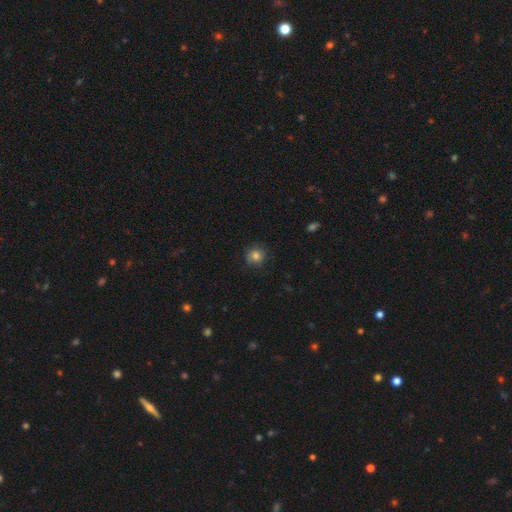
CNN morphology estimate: The model was most divided on "merging": none: 81%, minor disturbance: 14%, major disturbance: 4%, merger: 1%. More confident: how rounded — round (89%); smooth or featured — smooth (81%).